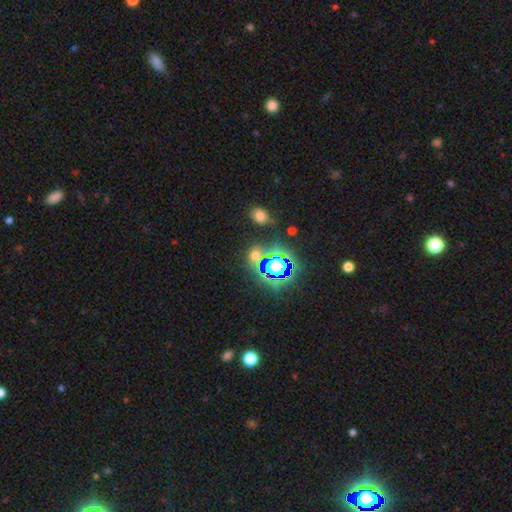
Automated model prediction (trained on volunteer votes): smooth_or_featured: star or artifact (p=0.55) [alt: smooth p=0.35]